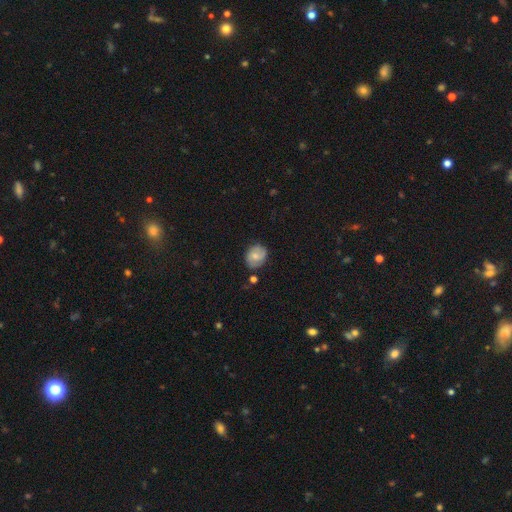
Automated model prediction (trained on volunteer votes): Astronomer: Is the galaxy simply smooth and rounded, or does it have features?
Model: smooth — 61%.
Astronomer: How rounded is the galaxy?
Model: round — 61% (runner-up: in between, 38%).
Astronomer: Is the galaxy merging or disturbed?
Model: none — 74%.